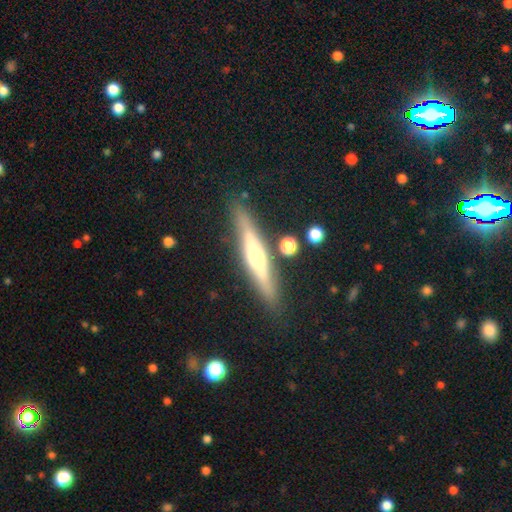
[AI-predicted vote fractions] featured or disk 65%, smooth 28%, star or artifact 7%. Down the decision tree: edge-on disk — yes (93%); edge-on bulge — rounded (88%); merging — none (84%).